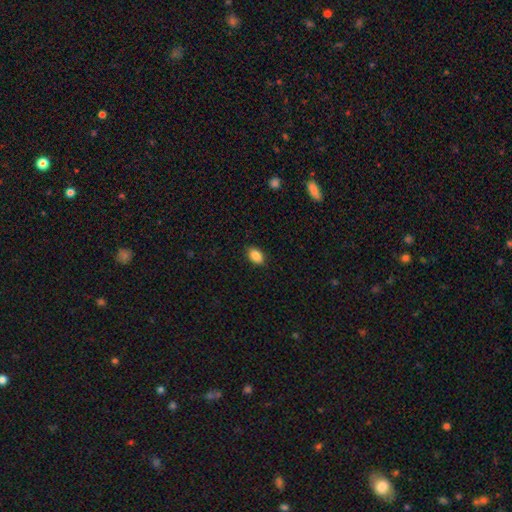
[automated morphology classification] smooth_or_featured: smooth (p=0.88) [alt: star or artifact p=0.08]
how_rounded: in between (p=0.86) [alt: round p=0.12]
merging: none (p=0.89) [alt: minor disturbance p=0.08]